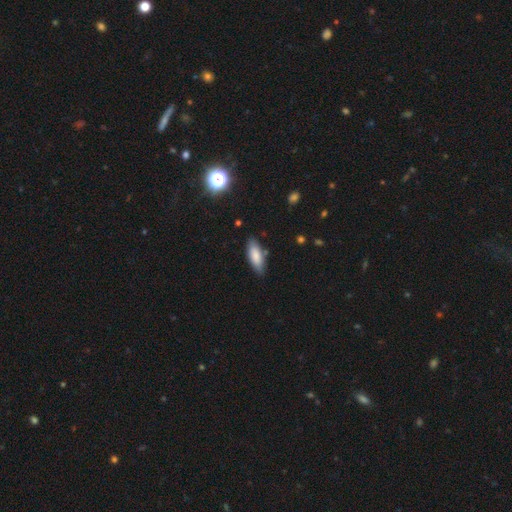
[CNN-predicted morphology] smooth_or_featured: smooth (p=0.83) [alt: featured or disk p=0.11]
how_rounded: in between (p=0.71) [alt: cigar-shaped p=0.28]
merging: none (p=0.82) [alt: minor disturbance p=0.14]